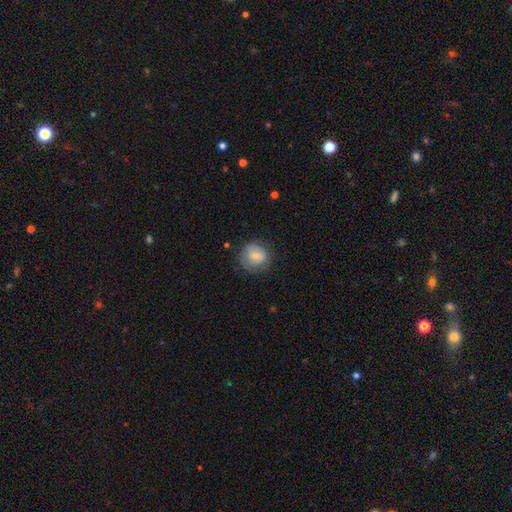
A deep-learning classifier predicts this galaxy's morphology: smooth 71%, featured or disk 22%, star or artifact 8%. Down the decision tree: how rounded — round (86%); merging — none (74%).